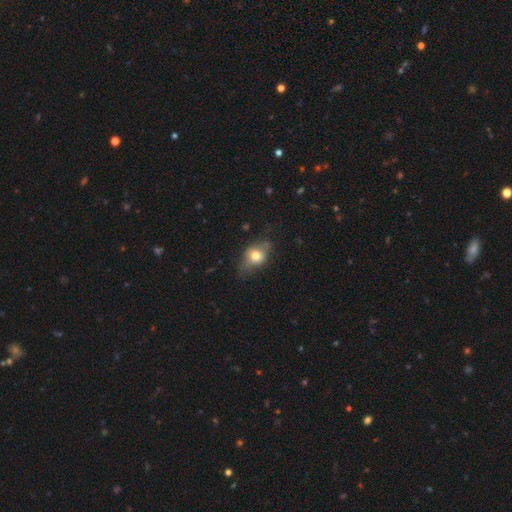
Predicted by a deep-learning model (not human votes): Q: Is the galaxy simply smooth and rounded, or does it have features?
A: smooth — 69%.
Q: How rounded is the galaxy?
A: in between — 62%.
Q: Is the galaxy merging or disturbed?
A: none — 59%.